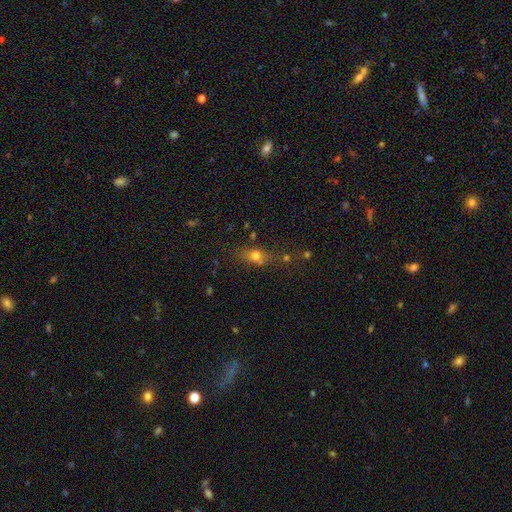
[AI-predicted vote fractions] This is likely a smooth galaxy (68%). How rounded: possibly in between (51%). Merging: possibly none (55%).